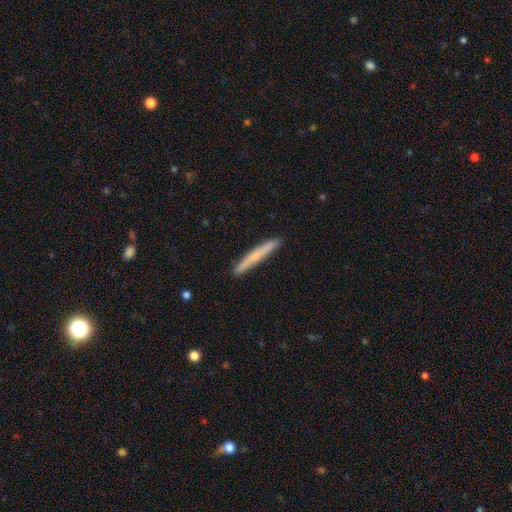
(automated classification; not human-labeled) A smooth galaxy with no disk features (55%) that is cigar-shaped (96%).

Vote fractions:
- Smooth or featured? smooth: 55% / featured or disk: 40% / star or artifact: 6%
- How rounded? cigar-shaped: 96% / in between: 3% / round: 1%
- Merging? none: 91% / minor disturbance: 7% / major disturbance: 1% / merger: 1%